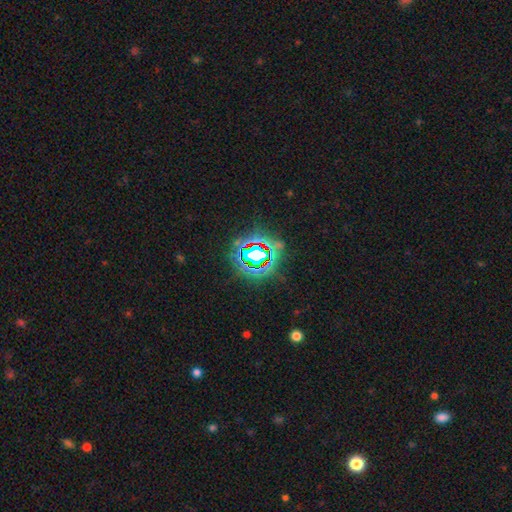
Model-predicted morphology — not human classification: Overall: star or artifact (76%).